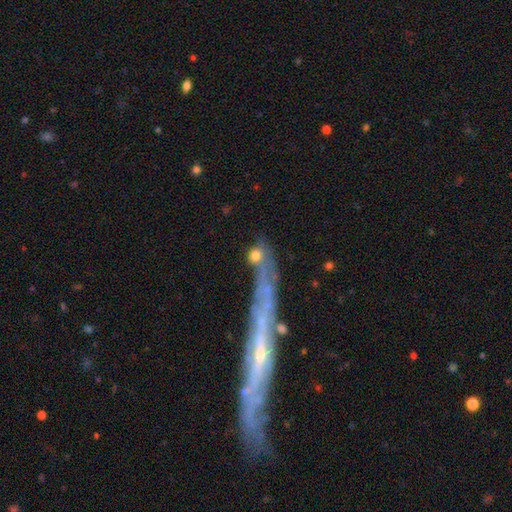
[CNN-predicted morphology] Overall: smooth (66%). How rounded: round (67%). Merging: none (42%; merger 27%).